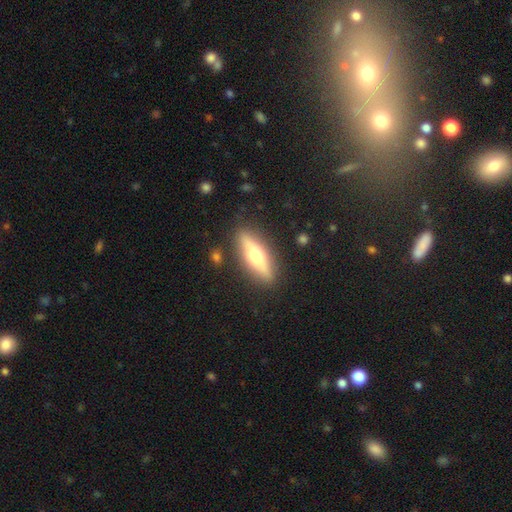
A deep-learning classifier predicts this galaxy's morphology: Smooth or featured: featured or disk — 57% (smooth — 37%)
Edge-on disk: yes — 91% (no — 9%)
Edge-on bulge: rounded — 92% (boxy — 5%)
Merging: none — 87% (minor disturbance — 9%)